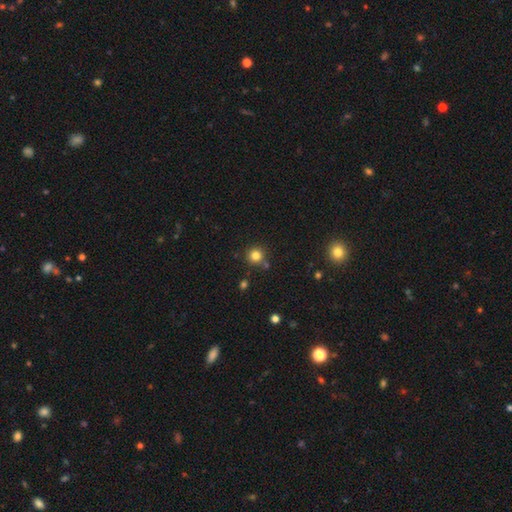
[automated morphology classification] Smooth or featured?
  - smooth: 81% *
  - star or artifact: 14%
  - featured or disk: 6%
How rounded?
  - round: 93% *
  - in between: 6%
  - cigar-shaped: 1%
Merging?
  - none: 79% *
  - minor disturbance: 10%
  - merger: 8%
  - major disturbance: 3%